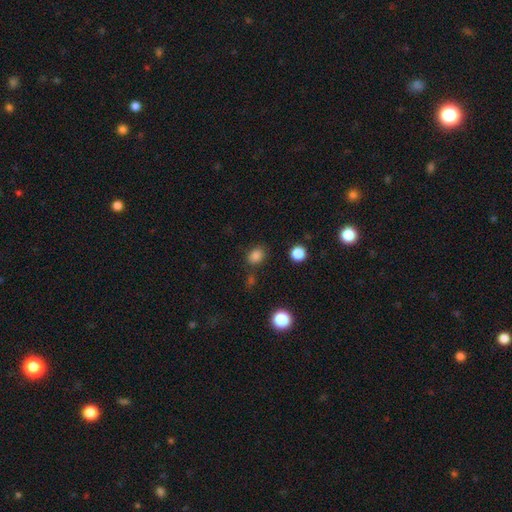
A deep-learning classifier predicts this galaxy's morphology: Smooth or featured? Predicted: smooth (p=0.82). How rounded? Predicted: in between (p=0.55). Merging? Predicted: none (p=0.77).